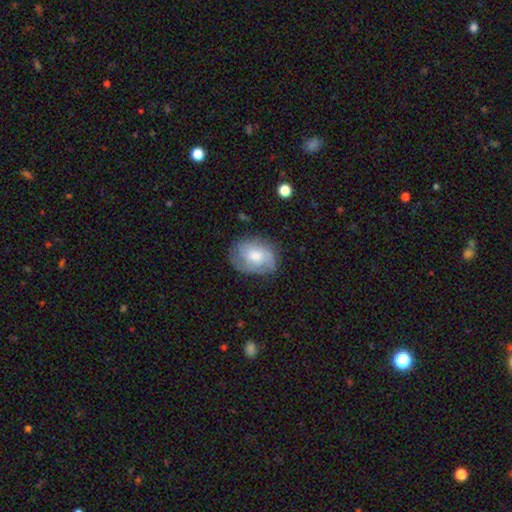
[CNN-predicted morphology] The model was most divided on "smooth or featured": featured or disk: 56%, smooth: 36%, star or artifact: 7%. Remaining: edge-on disk — no (97%); spiral arms — yes (84%); bar — no (69%); merging — none (67%); bulge size — moderate (50%).